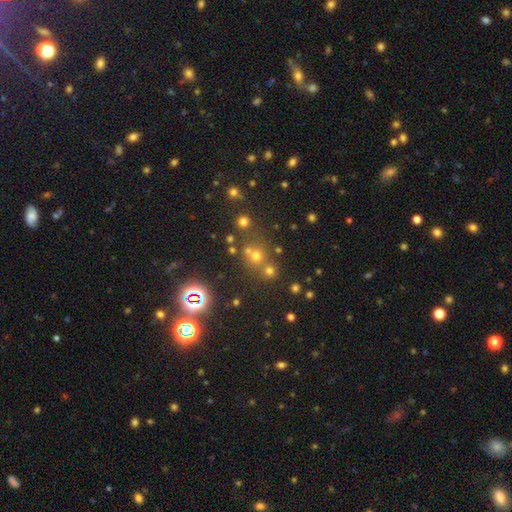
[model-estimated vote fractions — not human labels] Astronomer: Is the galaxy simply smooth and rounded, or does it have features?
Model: smooth — 45%, tied with star or artifact at 45%.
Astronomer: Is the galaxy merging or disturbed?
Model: none — 65%.